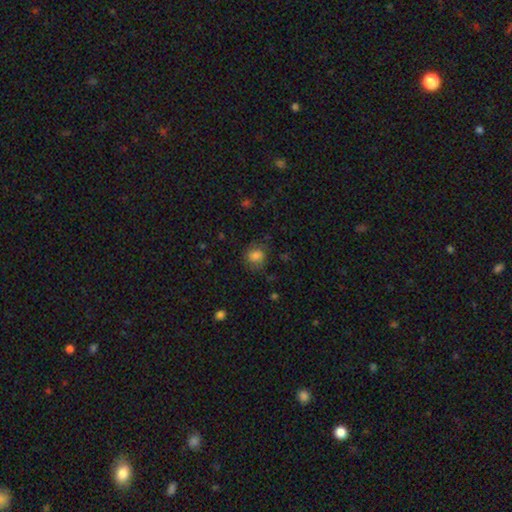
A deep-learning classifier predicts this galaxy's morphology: smooth_or_featured: smooth (p=0.80) [alt: star or artifact p=0.11]
how_rounded: round (p=0.69) [alt: in between p=0.30]
merging: none (p=0.68) [alt: minor disturbance p=0.20]